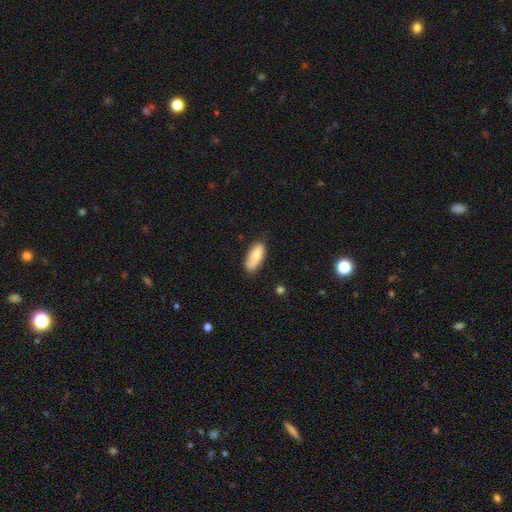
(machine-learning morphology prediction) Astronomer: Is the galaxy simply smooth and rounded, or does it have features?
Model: smooth — 81%.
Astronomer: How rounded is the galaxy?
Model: in between — 82%.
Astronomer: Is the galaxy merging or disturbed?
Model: none — 70%.